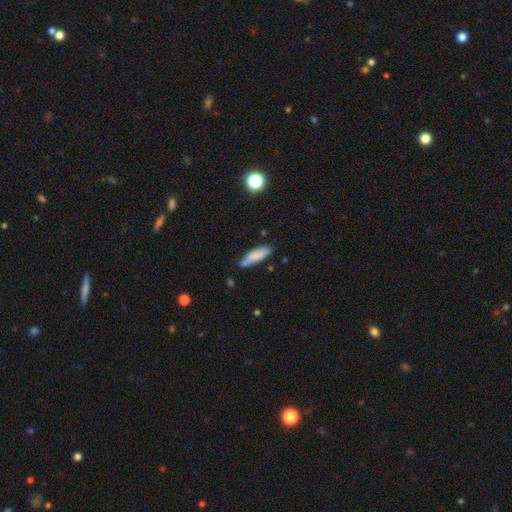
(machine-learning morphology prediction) smooth-or-featured: smooth: 79% | featured or disk: 14% | star or artifact: 7%
  how-rounded: cigar-shaped: 57% | in between: 41% | round: 2%
  merging: none: 65% | minor disturbance: 23% | merger: 7% | major disturbance: 4%